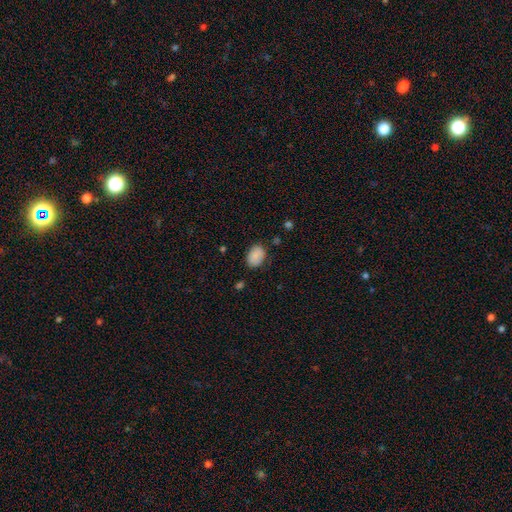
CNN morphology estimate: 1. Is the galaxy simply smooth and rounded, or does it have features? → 89% smooth, 7% star or artifact, 4% featured or disk.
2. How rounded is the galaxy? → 81% in between, 18% round, 1% cigar-shaped.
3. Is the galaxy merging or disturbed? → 78% none, 17% minor disturbance, 4% major disturbance, 2% merger.